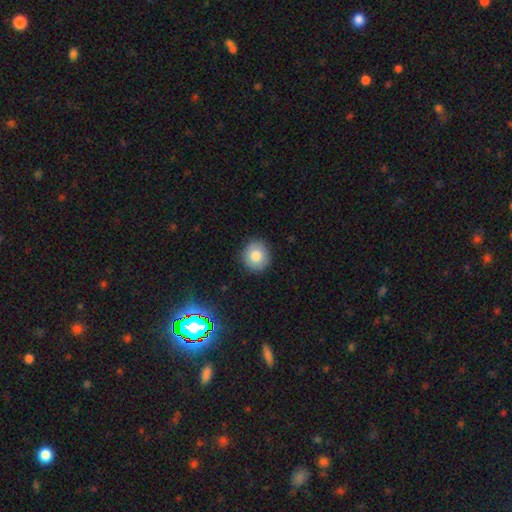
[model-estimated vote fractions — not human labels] smooth 81%, featured or disk 10%, star or artifact 9%. Down the decision tree: how rounded — round (88%); merging — none (89%).